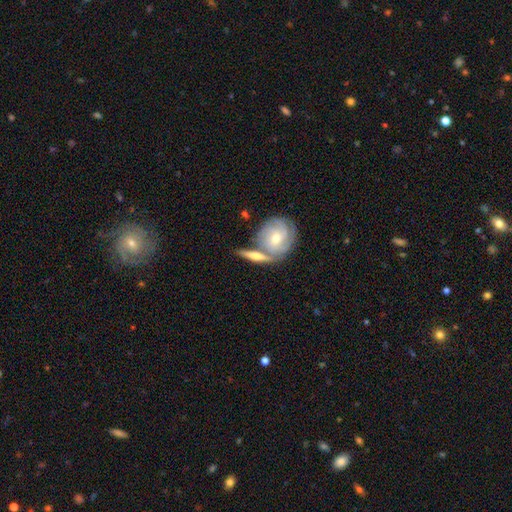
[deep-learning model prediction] Overall: featured or disk (63%; smooth 31%). Edge-on disk: no (53%; yes 47%). Merging: none (54%; merger 30%).